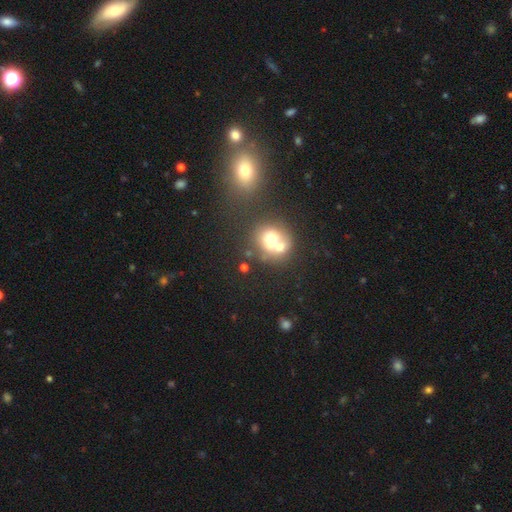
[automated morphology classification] Smooth or featured?
  - smooth: 51% *
  - star or artifact: 41%
  - featured or disk: 8%
How rounded?
  - round: 75% *
  - in between: 23%
  - cigar-shaped: 2%
Merging?
  - none: 71% *
  - merger: 17%
  - minor disturbance: 8%
  - major disturbance: 4%